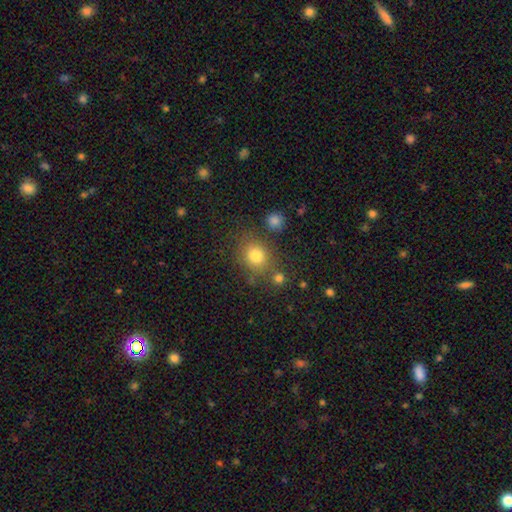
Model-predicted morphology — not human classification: This appears to be a smooth galaxy with no disk features (79%) that is round (70%). Merging: none (71%).